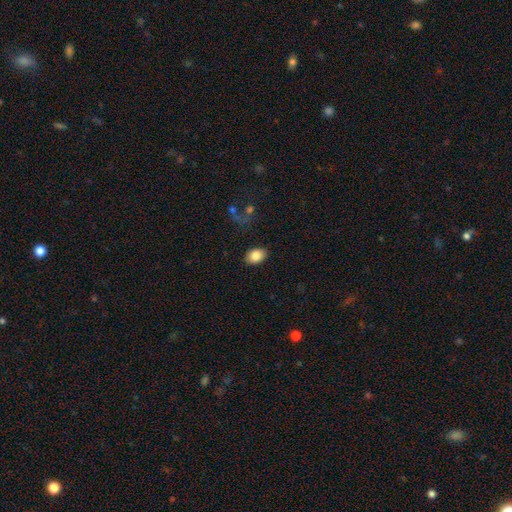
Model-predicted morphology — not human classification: This appears to be a smooth galaxy with no disk features (85%) that is in between round and cigar-shaped (80%). Merging: none (86%).